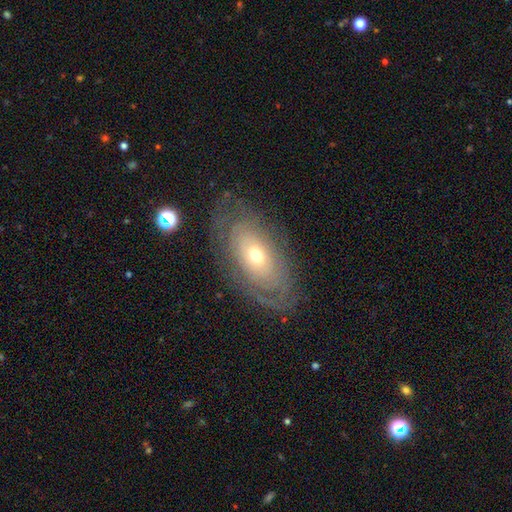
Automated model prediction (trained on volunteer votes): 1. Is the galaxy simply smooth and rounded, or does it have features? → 67% featured or disk, 25% smooth, 8% star or artifact.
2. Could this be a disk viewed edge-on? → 90% no, 10% yes.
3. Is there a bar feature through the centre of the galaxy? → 85% no, 12% weak, 4% strong.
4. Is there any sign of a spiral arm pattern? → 64% yes, 36% no.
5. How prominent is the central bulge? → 56% moderate, 38% small, 4% large, 1% dominant, 1% none.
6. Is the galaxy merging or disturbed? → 74% none, 16% minor disturbance, 8% major disturbance, 1% merger.